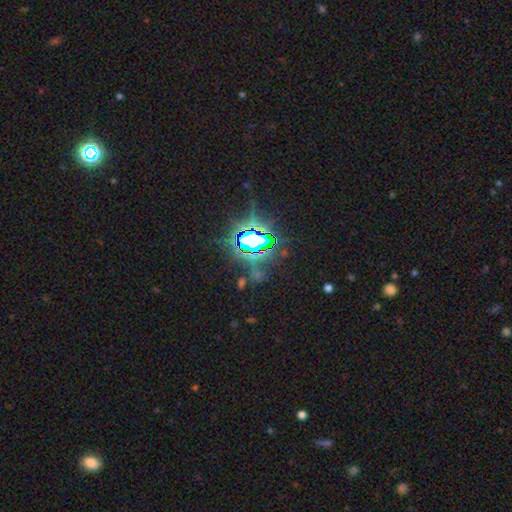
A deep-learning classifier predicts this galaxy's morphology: Smooth or featured?
  - star or artifact: 84% *
  - smooth: 9%
  - featured or disk: 7%